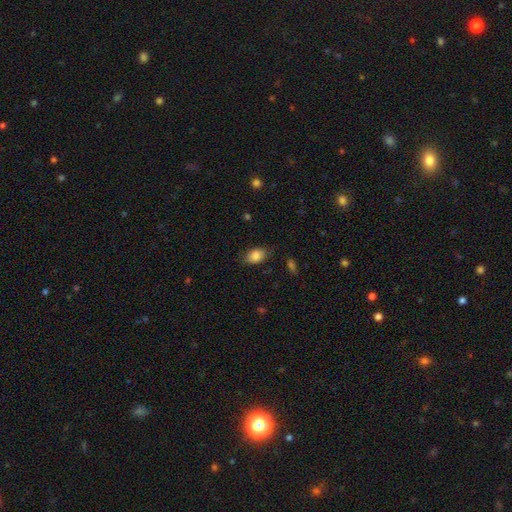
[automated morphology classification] Q: Smooth or featured?
A: smooth (83%); runner-up: featured or disk (9%)
Q: How rounded?
A: in between (84%); runner-up: round (14%)
Q: Merging?
A: none (75%); runner-up: minor disturbance (19%)